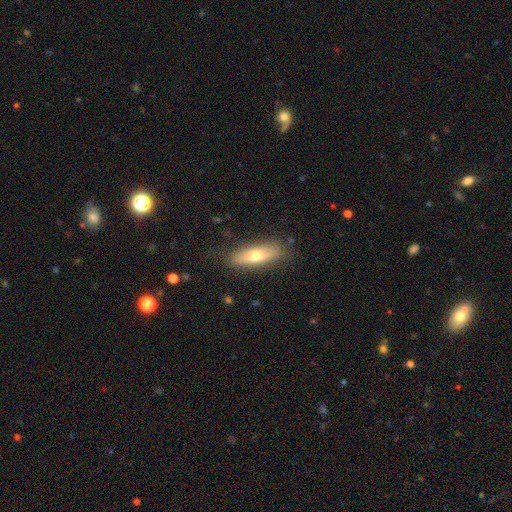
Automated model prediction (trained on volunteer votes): A smooth galaxy with no disk features (58%) that is cigar-shaped (53%).

Vote fractions:
- Smooth or featured? smooth: 58% / featured or disk: 35% / star or artifact: 7%
- How rounded? cigar-shaped: 53% / in between: 44% / round: 2%
- Merging? none: 83% / minor disturbance: 12% / major disturbance: 3% / merger: 1%